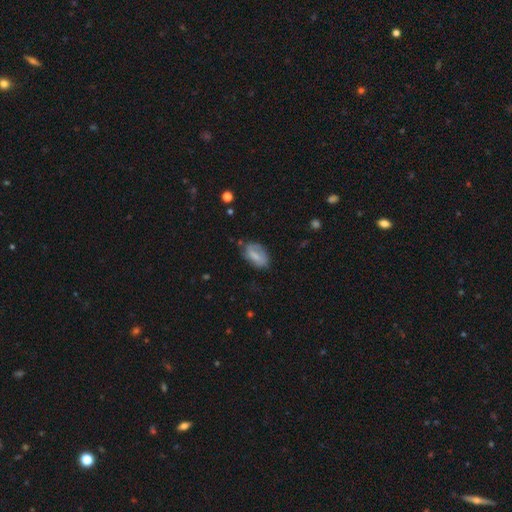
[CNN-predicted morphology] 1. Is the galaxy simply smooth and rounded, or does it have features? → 63% smooth, 29% featured or disk, 8% star or artifact.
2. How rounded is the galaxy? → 90% in between, 7% round, 3% cigar-shaped.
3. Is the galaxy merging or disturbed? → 58% none, 29% minor disturbance, 11% major disturbance, 2% merger.